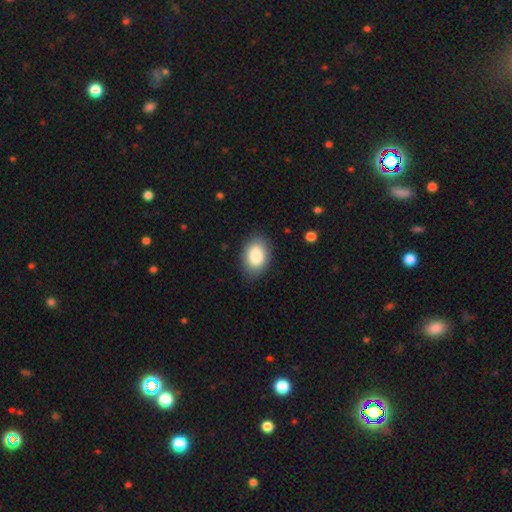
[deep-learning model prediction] smooth_or_featured: smooth (p=0.84) [alt: featured or disk p=0.09]
how_rounded: in between (p=0.86) [alt: round p=0.13]
merging: none (p=0.84) [alt: minor disturbance p=0.12]